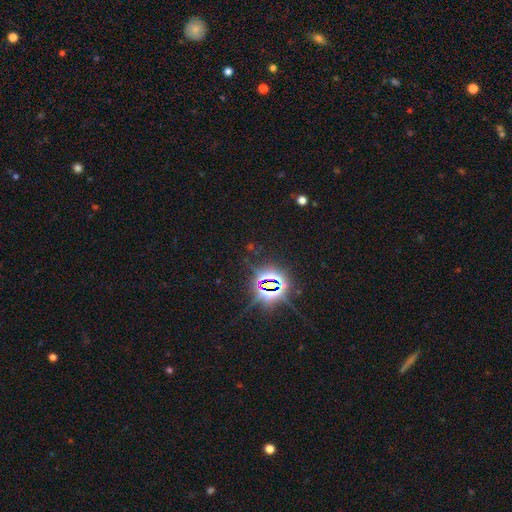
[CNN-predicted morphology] star or artifact 81%, smooth 11%, featured or disk 8%.